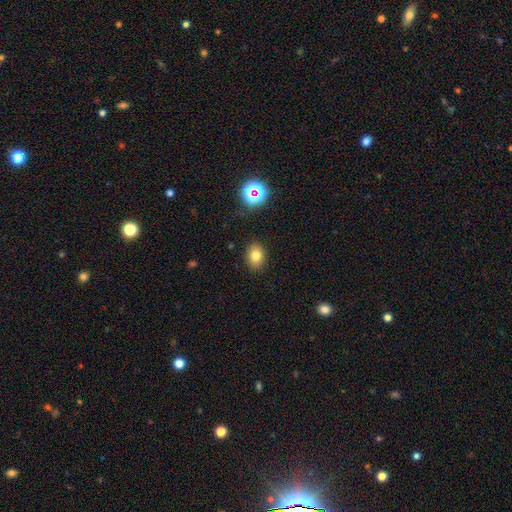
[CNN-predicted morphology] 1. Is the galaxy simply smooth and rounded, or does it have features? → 77% smooth, 14% star or artifact, 9% featured or disk.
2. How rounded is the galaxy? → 64% in between, 35% round, 1% cigar-shaped.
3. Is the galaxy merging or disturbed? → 88% none, 9% minor disturbance, 2% major disturbance, 1% merger.